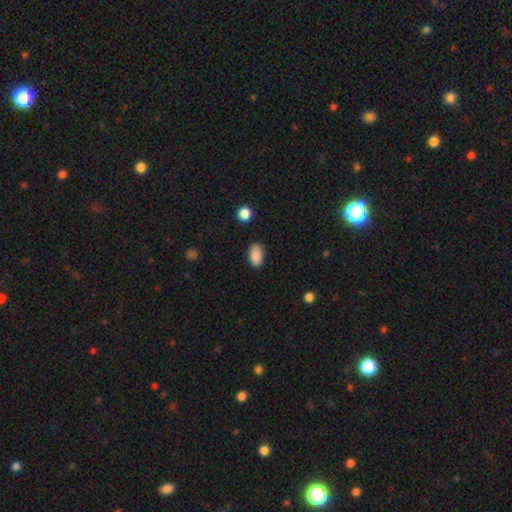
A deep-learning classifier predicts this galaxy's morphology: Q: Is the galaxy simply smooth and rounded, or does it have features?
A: smooth — 88%.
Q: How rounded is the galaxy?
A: in between — 92%.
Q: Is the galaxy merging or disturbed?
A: none — 83%.